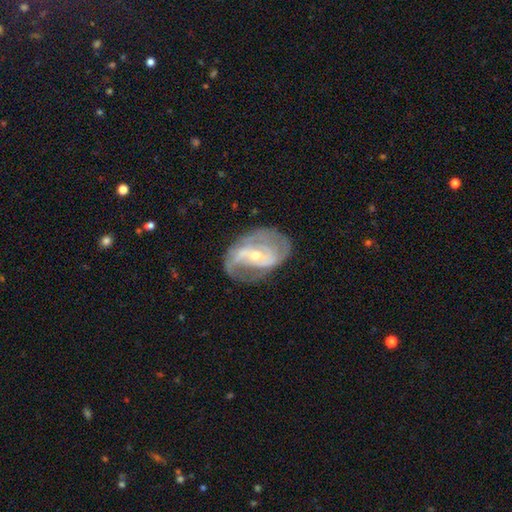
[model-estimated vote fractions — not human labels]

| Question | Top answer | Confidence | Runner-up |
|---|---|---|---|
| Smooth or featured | featured or disk | 83% | smooth (11%) |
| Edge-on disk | no | 96% | yes (4%) |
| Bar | weak | 38% | no (34%) |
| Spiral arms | yes | 87% | no (13%) |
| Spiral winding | medium | 45% | tight (29%) |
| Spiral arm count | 2 | 66% | can't tell (17%) |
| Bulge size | small | 54% | moderate (42%) |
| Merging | none | 59% | minor disturbance (22%) |